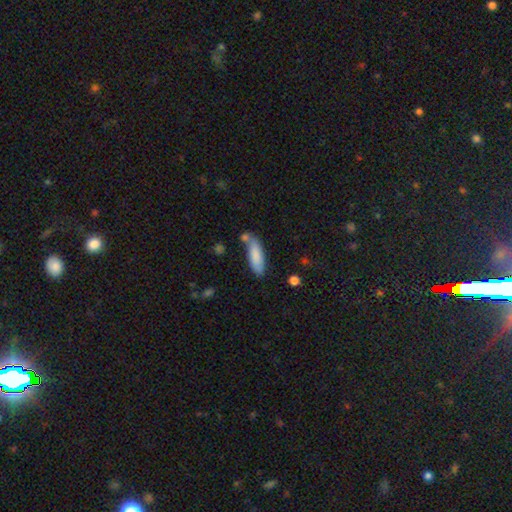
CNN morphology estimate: This appears to be a smooth galaxy with no disk features (84%) that is in between round and cigar-shaped (53%). Merging: none (57%).